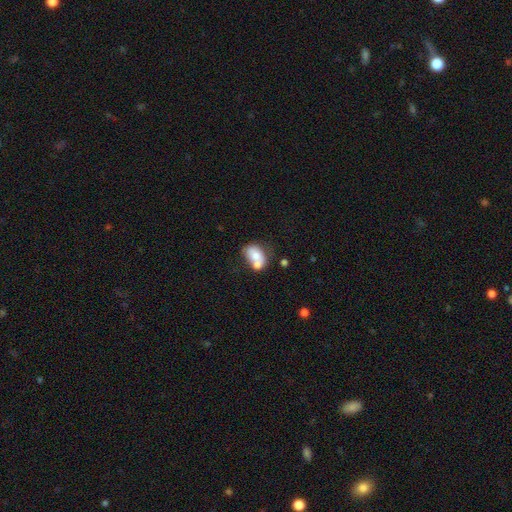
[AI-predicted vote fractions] smooth_or_featured: smooth (p=0.66) [alt: featured or disk p=0.26]
how_rounded: in between (p=0.78) [alt: round p=0.21]
merging: merger (p=0.51) [alt: none p=0.29]